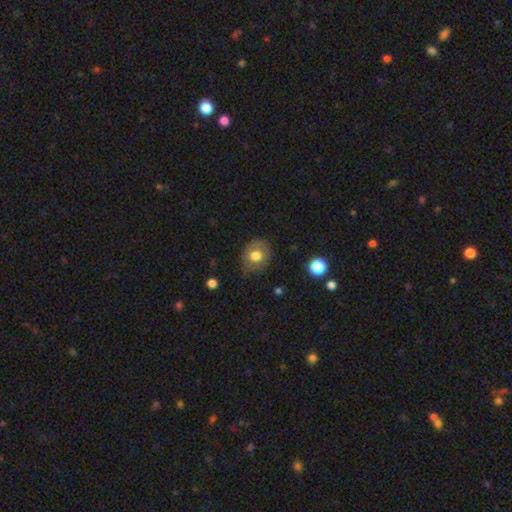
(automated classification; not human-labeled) Smooth or featured? Predicted: smooth (p=0.70). How rounded? Predicted: round (p=0.71). Merging? Predicted: none (p=0.72).